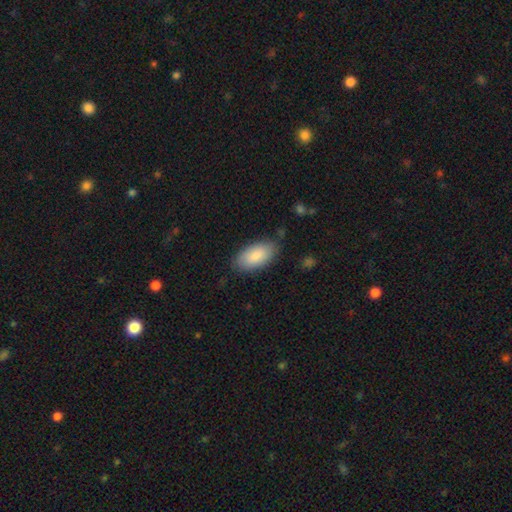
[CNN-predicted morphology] Smooth or featured?
  - smooth: 85% *
  - featured or disk: 10%
  - star or artifact: 6%
How rounded?
  - in between: 94% *
  - cigar-shaped: 4%
  - round: 2%
Merging?
  - none: 79% *
  - minor disturbance: 16%
  - major disturbance: 4%
  - merger: 2%